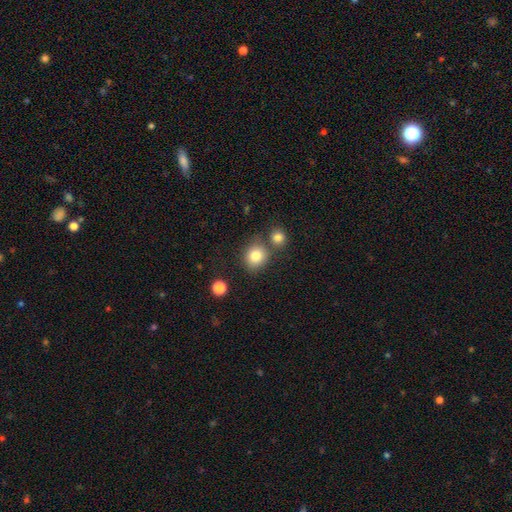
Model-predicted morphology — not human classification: Smooth or featured?
  - smooth: 81% *
  - star or artifact: 11%
  - featured or disk: 8%
How rounded?
  - round: 75% *
  - in between: 24%
  - cigar-shaped: 1%
Merging?
  - none: 65% *
  - merger: 20%
  - minor disturbance: 11%
  - major disturbance: 4%